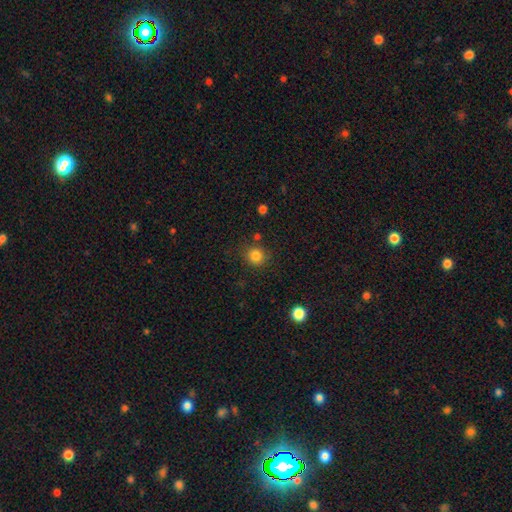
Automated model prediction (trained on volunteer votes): Morphology: type=smooth (83%); roundness=round (90%); merging=none (83%).